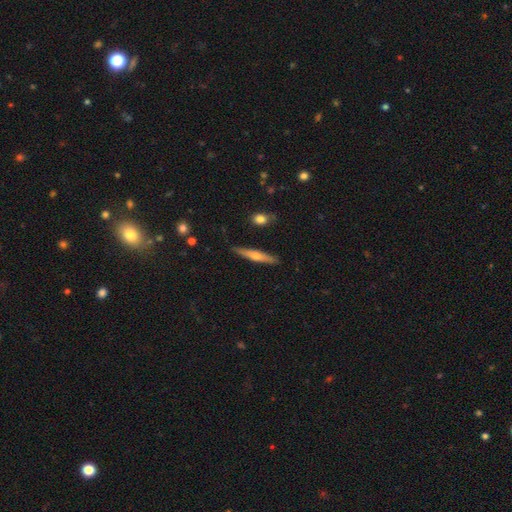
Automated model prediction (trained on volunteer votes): Smooth or featured? Predicted: featured or disk (p=0.49). Merging? Predicted: none (p=0.87).